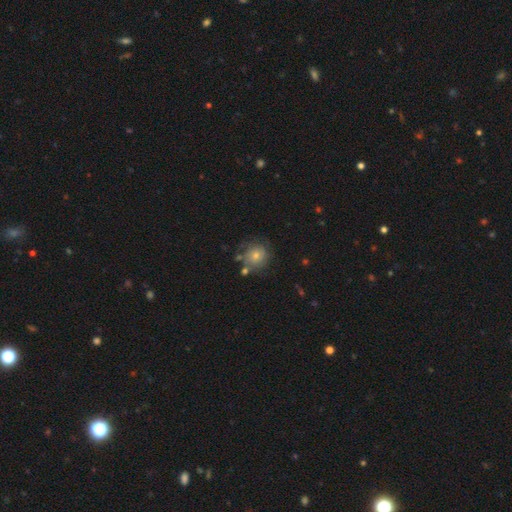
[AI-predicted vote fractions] Smooth or featured? smooth (67%)
How rounded? round (87%)
Merging? none (65%)